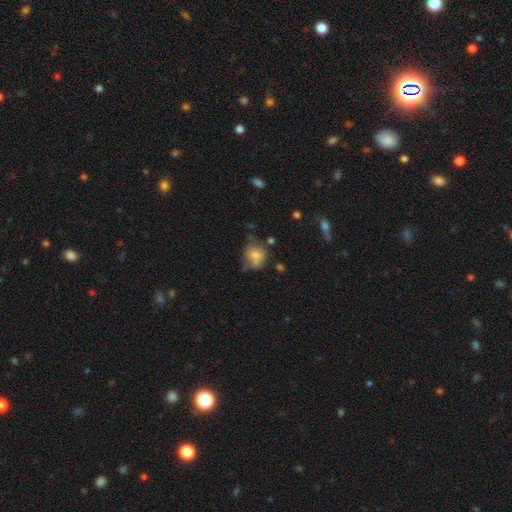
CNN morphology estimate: type=smooth (66%); roundness=round (69%); merging=none (43%).